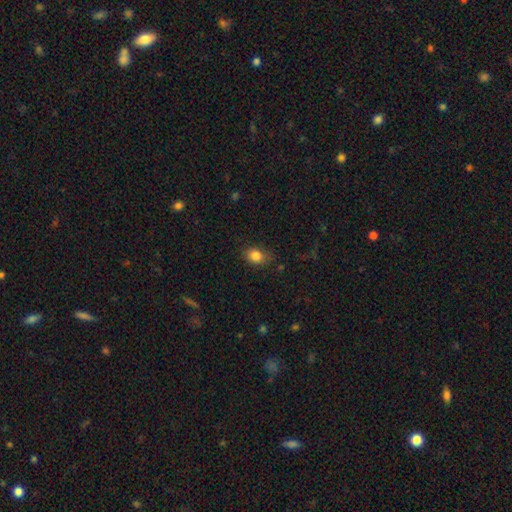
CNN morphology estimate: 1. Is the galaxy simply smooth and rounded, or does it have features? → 84% smooth, 10% star or artifact, 6% featured or disk.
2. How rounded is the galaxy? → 62% in between, 37% round, 1% cigar-shaped.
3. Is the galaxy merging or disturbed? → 77% none, 17% minor disturbance, 4% major disturbance, 1% merger.